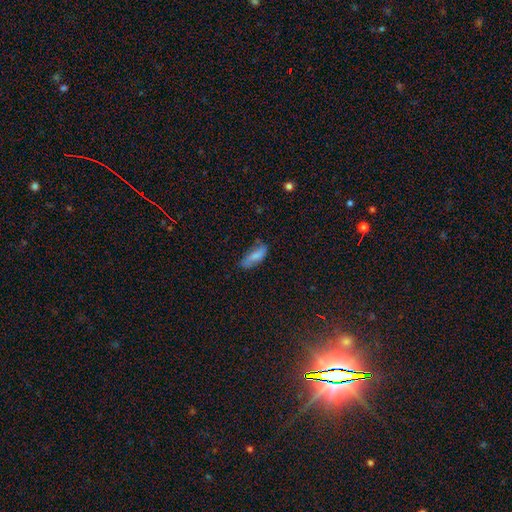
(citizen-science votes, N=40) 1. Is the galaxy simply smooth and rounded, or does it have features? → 82% smooth, 12% featured or disk, 5% star or artifact.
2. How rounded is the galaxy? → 79% in between, 21% cigar-shaped, 0% round.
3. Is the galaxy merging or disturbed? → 63% none, 32% minor disturbance, 3% major disturbance, 3% merger.